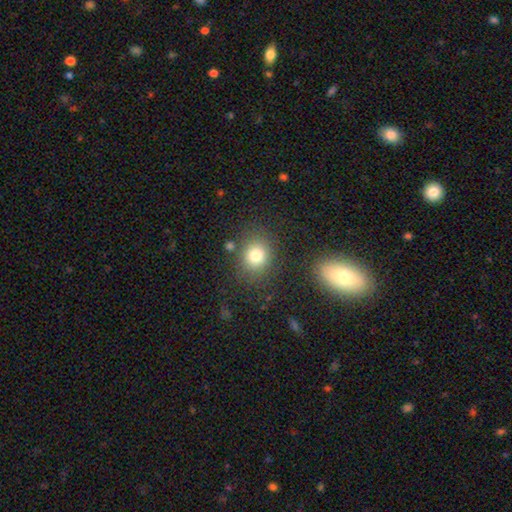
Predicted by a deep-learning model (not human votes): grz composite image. It shows a smooth galaxy with no disk features (79%) that is round (70%). Merging: none (79%).